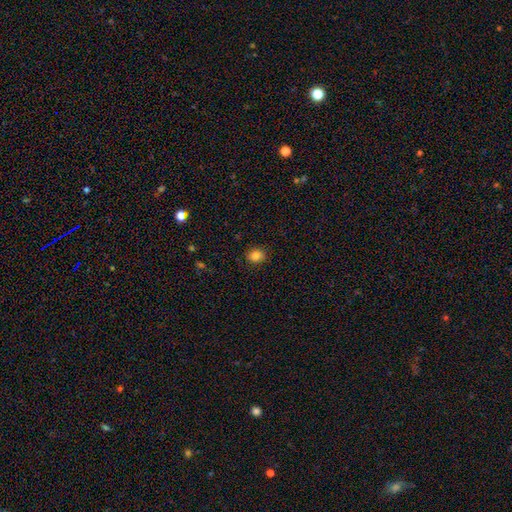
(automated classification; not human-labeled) smooth_or_featured: smooth (p=0.83) [alt: star or artifact p=0.11]
how_rounded: round (p=0.60) [alt: in between p=0.39]
merging: none (p=0.89) [alt: minor disturbance p=0.08]